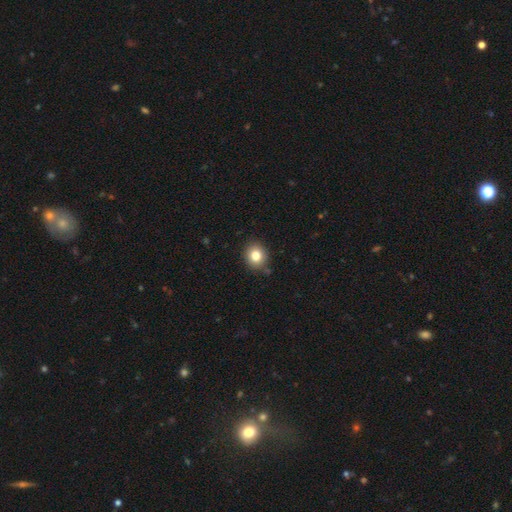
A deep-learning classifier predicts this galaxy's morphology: Smooth or featured? smooth (82%)
How rounded? round (81%)
Merging? none (85%)